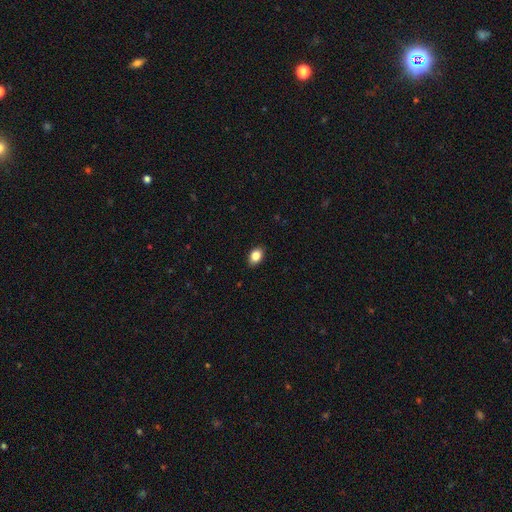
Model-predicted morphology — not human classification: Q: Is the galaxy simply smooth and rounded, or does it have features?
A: smooth — 86%.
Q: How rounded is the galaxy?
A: in between — 81%.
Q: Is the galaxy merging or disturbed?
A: none — 88%.